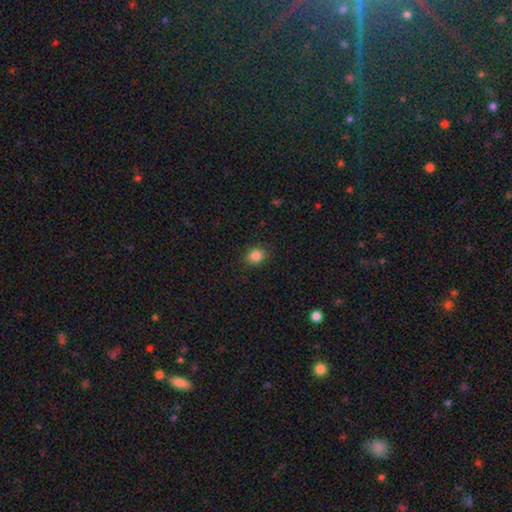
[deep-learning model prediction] Q: Smooth or featured?
A: smooth (85%); runner-up: star or artifact (11%)
Q: How rounded?
A: round (58%); runner-up: in between (41%)
Q: Merging?
A: none (88%); runner-up: minor disturbance (8%)